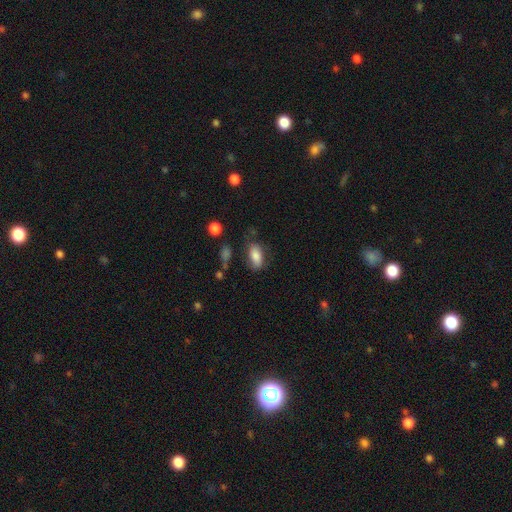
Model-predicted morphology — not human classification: A smooth galaxy with no disk features (81%) that is in between round and cigar-shaped (89%). Merging: none (65%).